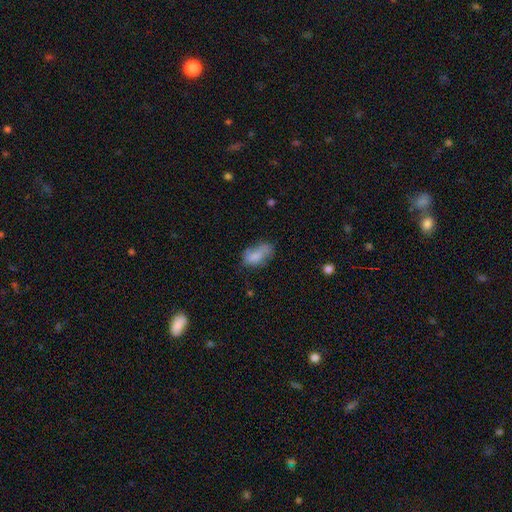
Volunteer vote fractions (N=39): A smooth galaxy with no disk features (77%) that is in between round and cigar-shaped (93%).

Vote fractions:
- Smooth or featured? smooth: 77% / featured or disk: 18% / star or artifact: 5%
- How rounded? in between: 93% / round: 7% / cigar-shaped: 0%
- Merging? none: 38% / minor disturbance: 30% / major disturbance: 19% / merger: 14%